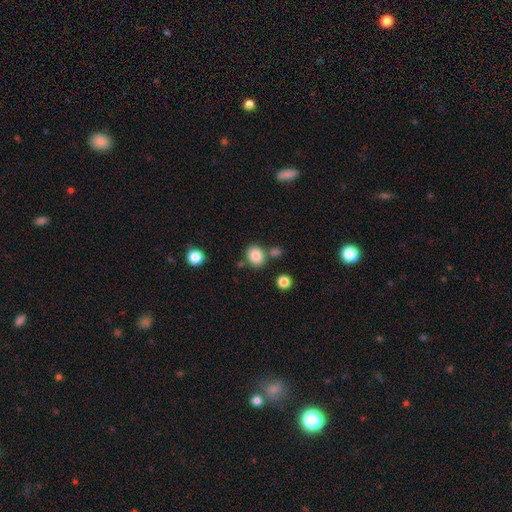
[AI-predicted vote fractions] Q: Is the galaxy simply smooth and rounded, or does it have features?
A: smooth — 85%.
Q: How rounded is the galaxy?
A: round — 57%.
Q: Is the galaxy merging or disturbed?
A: none — 74%.